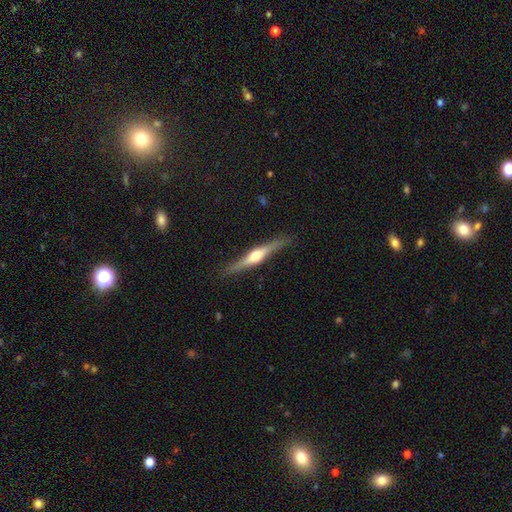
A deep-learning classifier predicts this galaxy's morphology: The model was most divided on "smooth or featured": featured or disk: 72%, smooth: 23%, star or artifact: 5%. More confident: edge-on disk — yes (97%); edge-on bulge — rounded (88%); merging — none (87%).